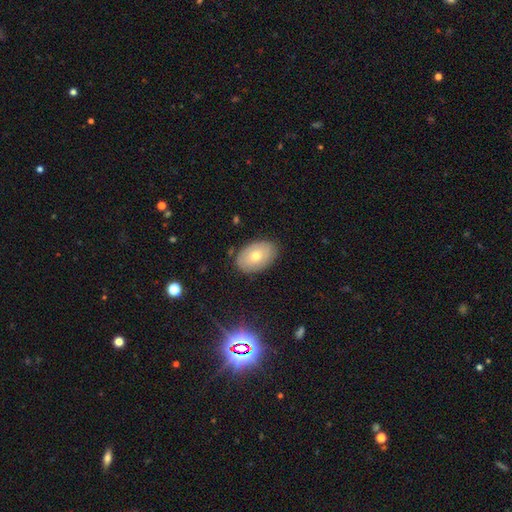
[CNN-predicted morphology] This appears to be a smooth galaxy with no disk features (64%) that is in between round and cigar-shaped (88%). Merging: none (85%).